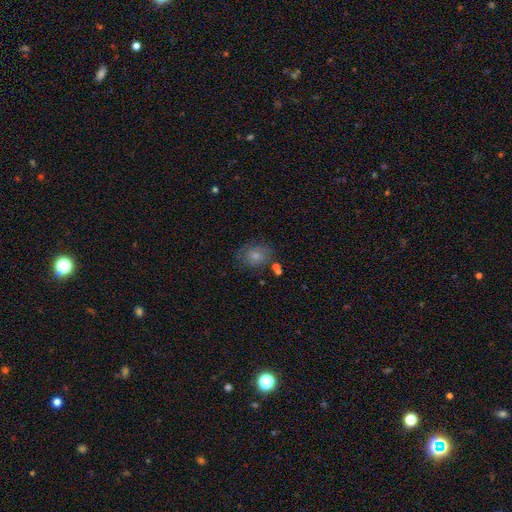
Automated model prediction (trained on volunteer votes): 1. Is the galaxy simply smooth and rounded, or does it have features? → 70% smooth, 20% featured or disk, 11% star or artifact.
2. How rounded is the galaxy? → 51% round, 48% in between, 1% cigar-shaped.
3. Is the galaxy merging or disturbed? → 64% none, 21% minor disturbance, 9% major disturbance, 6% merger.